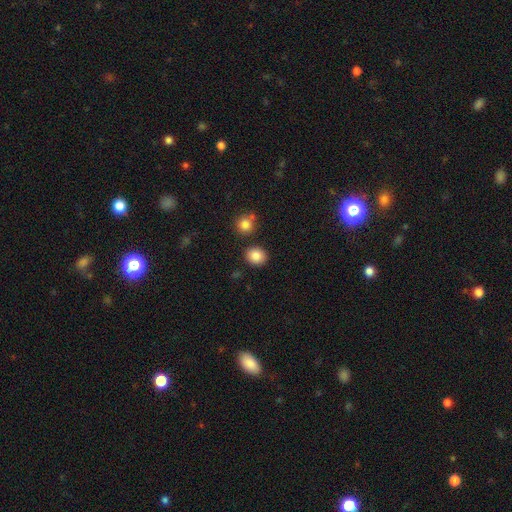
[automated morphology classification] Smooth or featured? Predicted: smooth (p=0.85). How rounded? Predicted: round (p=0.70). Merging? Predicted: none (p=0.86).